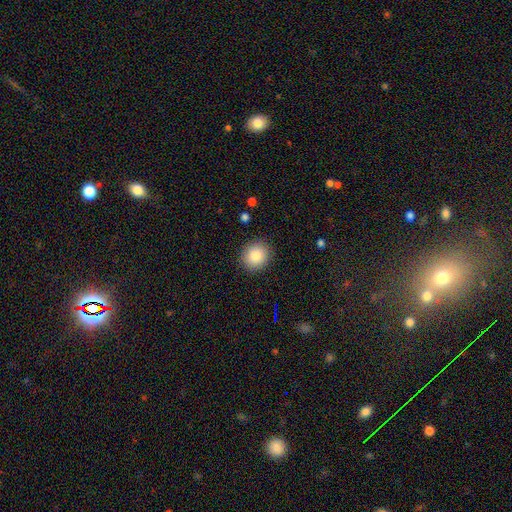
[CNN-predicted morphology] Smooth or featured? Predicted: smooth (p=0.86). How rounded? Predicted: round (p=0.79). Merging? Predicted: none (p=0.90).